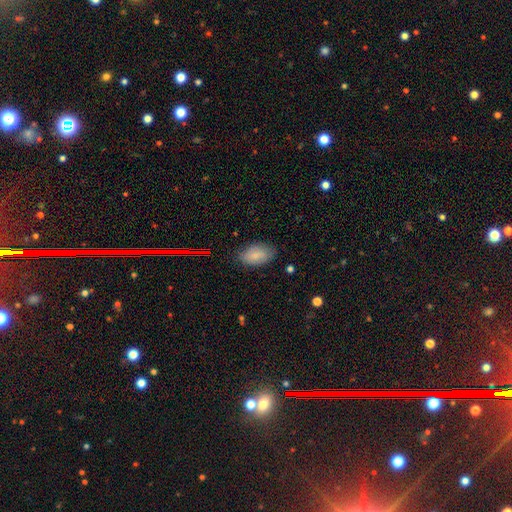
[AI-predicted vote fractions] Smooth or featured?
  - smooth: 83% *
  - featured or disk: 9%
  - star or artifact: 8%
How rounded?
  - in between: 91% *
  - round: 7%
  - cigar-shaped: 2%
Merging?
  - none: 79% *
  - minor disturbance: 16%
  - major disturbance: 3%
  - merger: 1%